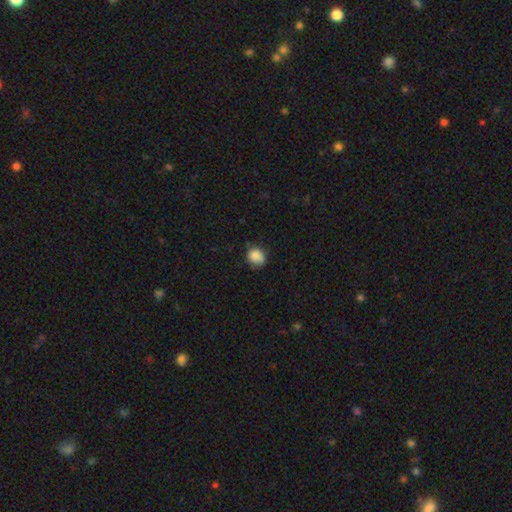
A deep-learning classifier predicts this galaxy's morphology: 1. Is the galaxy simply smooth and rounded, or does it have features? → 86% smooth, 8% star or artifact, 5% featured or disk.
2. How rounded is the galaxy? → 68% round, 31% in between, 1% cigar-shaped.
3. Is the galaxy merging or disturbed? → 68% none, 25% minor disturbance, 5% major disturbance, 1% merger.